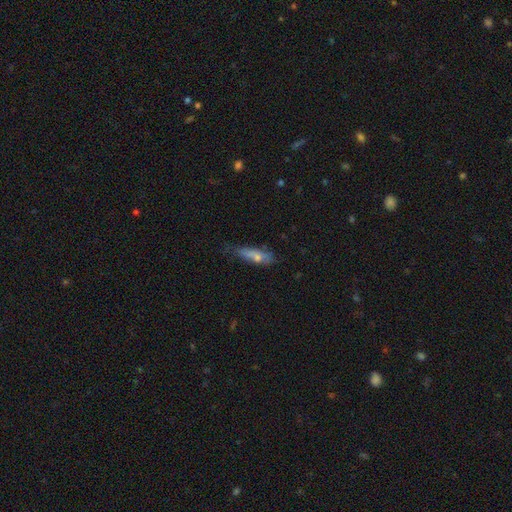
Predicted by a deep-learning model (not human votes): Smooth or featured?
  - smooth: 66% *
  - featured or disk: 26%
  - star or artifact: 8%
How rounded?
  - cigar-shaped: 54% *
  - in between: 43%
  - round: 3%
Merging?
  - none: 49% *
  - minor disturbance: 33%
  - major disturbance: 13%
  - merger: 6%